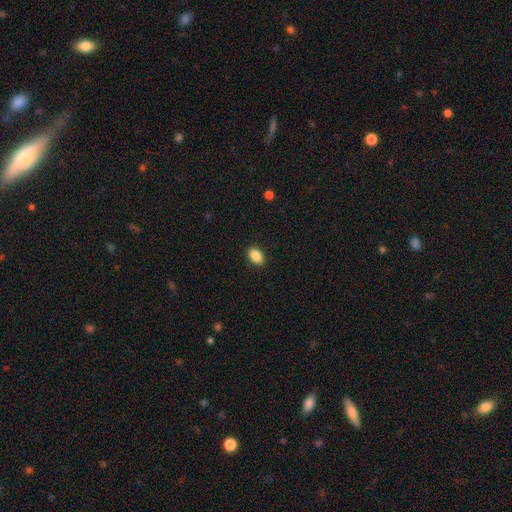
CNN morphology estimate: Smooth or featured? smooth (88%)
How rounded? in between (89%)
Merging? none (90%)